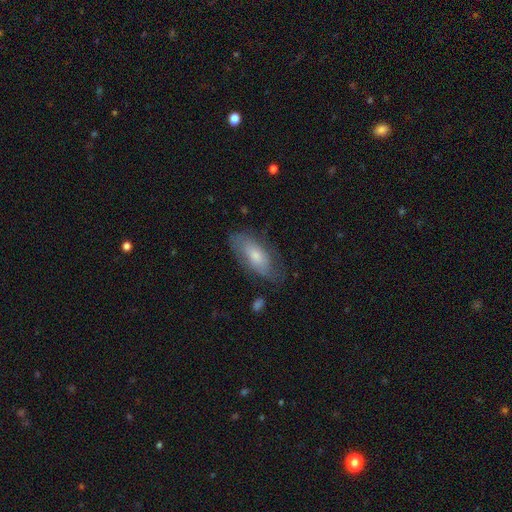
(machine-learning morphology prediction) Smooth or featured: smooth — 61% (featured or disk — 32%)
How rounded: in between — 83% (cigar-shaped — 14%)
Merging: none — 66% (minor disturbance — 24%)